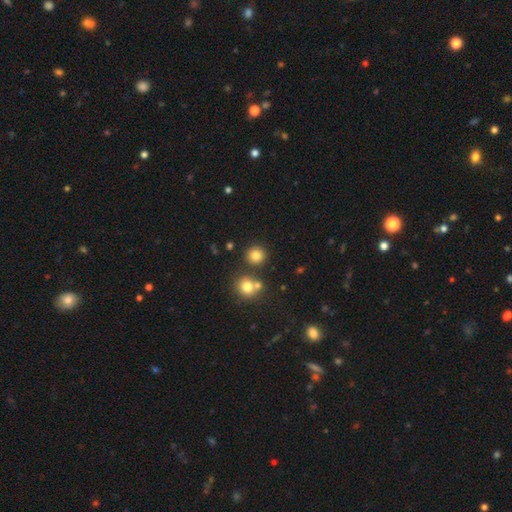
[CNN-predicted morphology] type=smooth (80%); roundness=round (92%); merging=none (81%).